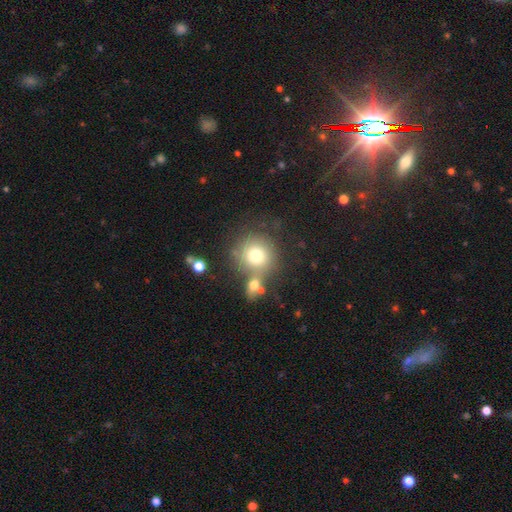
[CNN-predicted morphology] Q: Smooth or featured?
A: smooth (74%); runner-up: featured or disk (15%)
Q: How rounded?
A: round (91%); runner-up: in between (8%)
Q: Merging?
A: none (57%); runner-up: merger (25%)